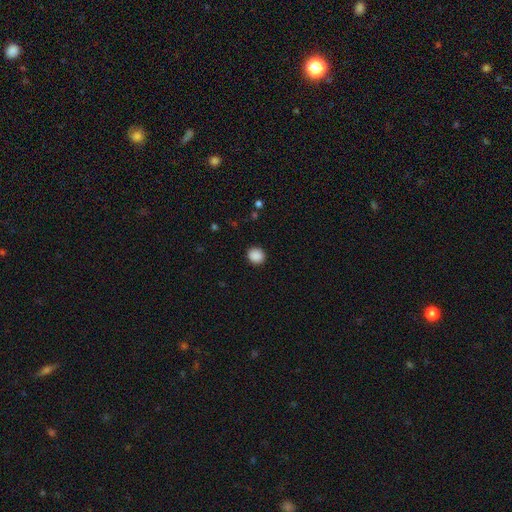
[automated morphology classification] Smooth or featured? Predicted: smooth (p=0.89). How rounded? Predicted: round (p=0.84). Merging? Predicted: none (p=0.91).